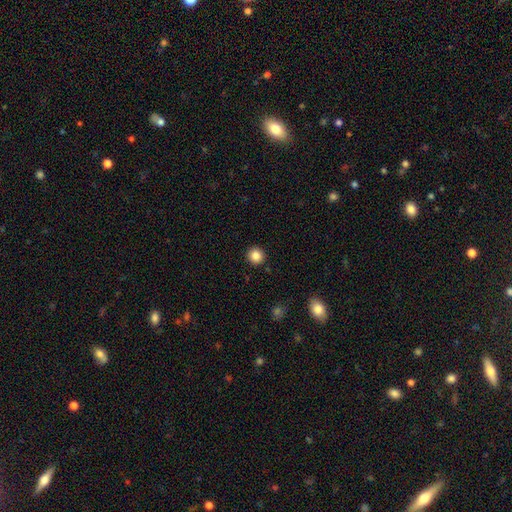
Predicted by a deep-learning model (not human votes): smooth-or-featured: smooth: 86% | star or artifact: 10% | featured or disk: 4%
  how-rounded: round: 95% | in between: 4% | cigar-shaped: 1%
  merging: none: 93% | minor disturbance: 4% | major disturbance: 2% | merger: 1%